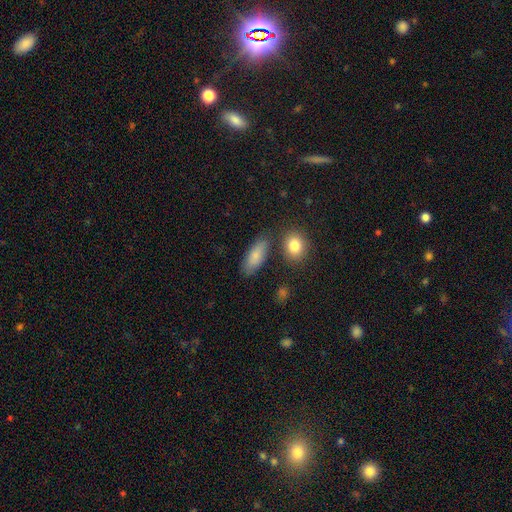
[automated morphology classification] smooth 82%, featured or disk 11%, star or artifact 7%. Down the decision tree: how rounded — in between (76%); merging — none (76%).